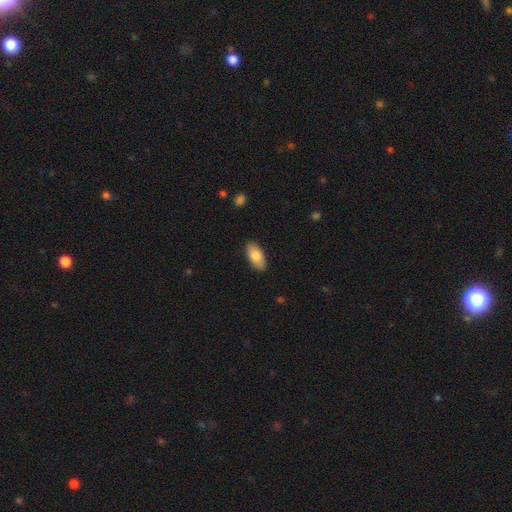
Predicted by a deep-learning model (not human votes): A smooth galaxy with no disk features (80%) that is in between round and cigar-shaped (92%). Merging: none (88%).